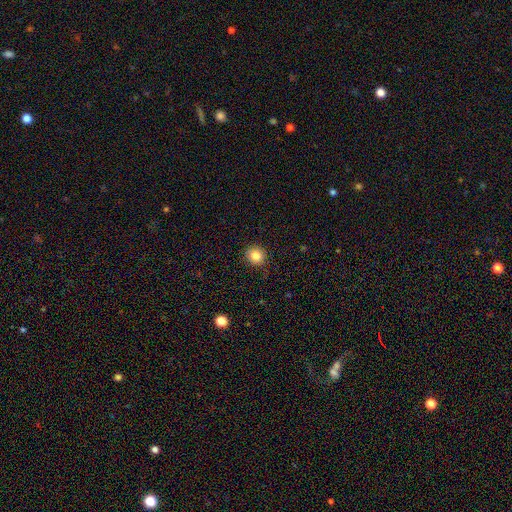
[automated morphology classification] A smooth galaxy with no disk features (84%) that is round (88%).

Vote fractions:
- Smooth or featured? smooth: 84% / star or artifact: 10% / featured or disk: 5%
- How rounded? round: 88% / in between: 11% / cigar-shaped: 1%
- Merging? none: 89% / minor disturbance: 8% / major disturbance: 2% / merger: 1%